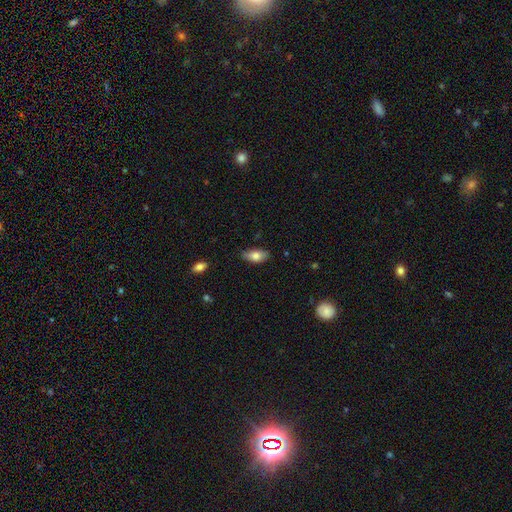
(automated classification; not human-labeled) smooth 79%, featured or disk 15%, star or artifact 7%. Down the decision tree: how rounded — in between (89%); merging — none (79%).